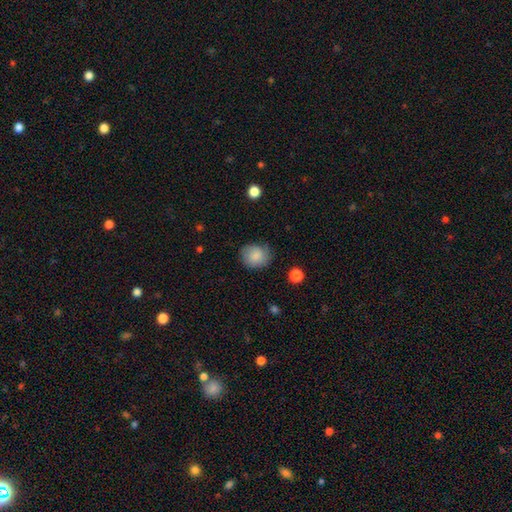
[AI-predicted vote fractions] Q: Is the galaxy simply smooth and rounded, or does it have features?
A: smooth — 81%.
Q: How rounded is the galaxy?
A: round — 69%.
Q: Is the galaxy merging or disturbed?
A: none — 70%.